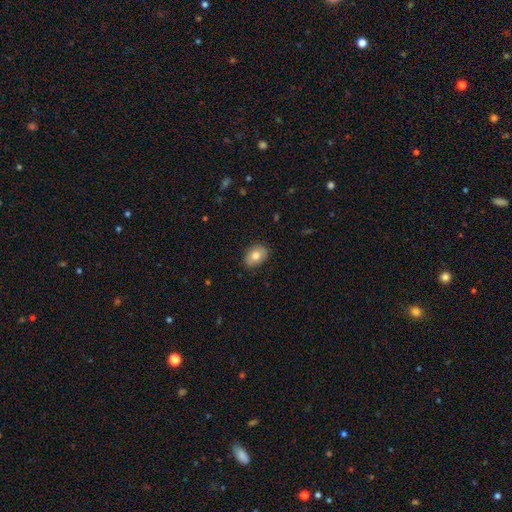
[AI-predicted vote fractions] smooth-or-featured: smooth: 79% | featured or disk: 14% | star or artifact: 8%
  how-rounded: in between: 78% | round: 21% | cigar-shaped: 1%
  merging: none: 87% | minor disturbance: 10% | major disturbance: 2% | merger: 1%